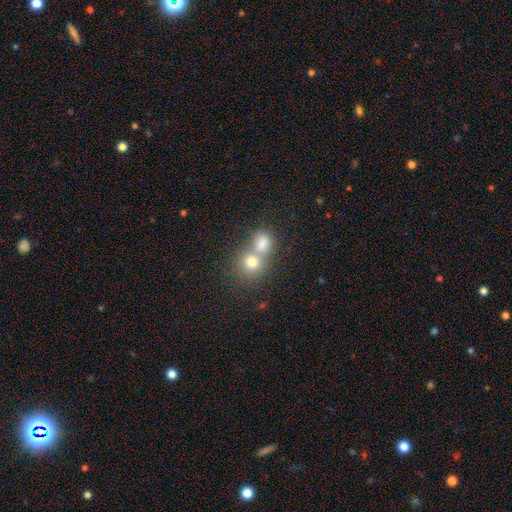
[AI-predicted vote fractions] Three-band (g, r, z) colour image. It shows a smooth galaxy with no disk features (70%) that is round (79%). Merging: merger (64%).